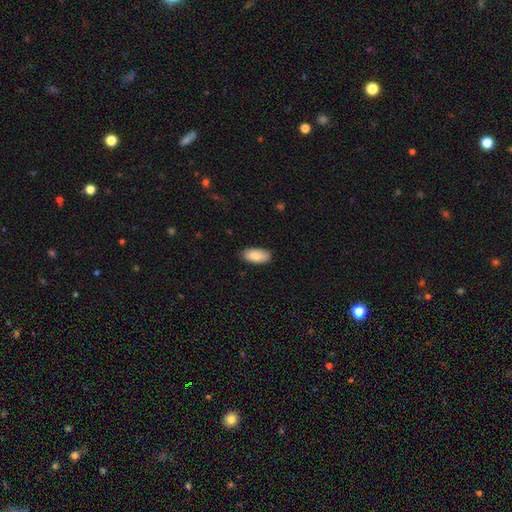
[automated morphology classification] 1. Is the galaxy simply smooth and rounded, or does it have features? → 87% smooth, 7% featured or disk, 6% star or artifact.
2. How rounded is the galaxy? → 92% in between, 6% cigar-shaped, 2% round.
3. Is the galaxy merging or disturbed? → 85% none, 12% minor disturbance, 2% major disturbance, 1% merger.